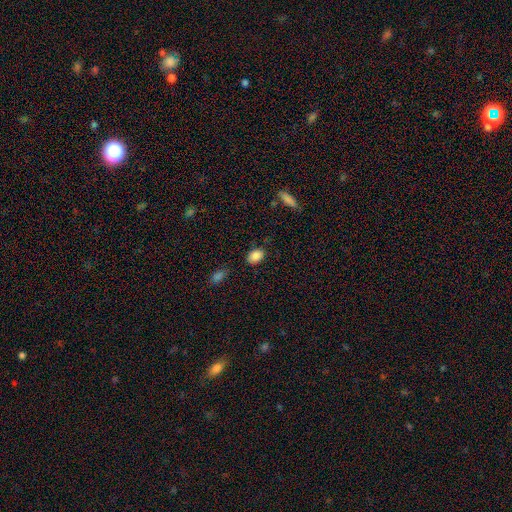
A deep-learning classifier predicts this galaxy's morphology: The model was most divided on "how rounded": in between: 80%, round: 19%, cigar-shaped: 1%. More confident: smooth or featured — smooth (87%); merging — none (82%).